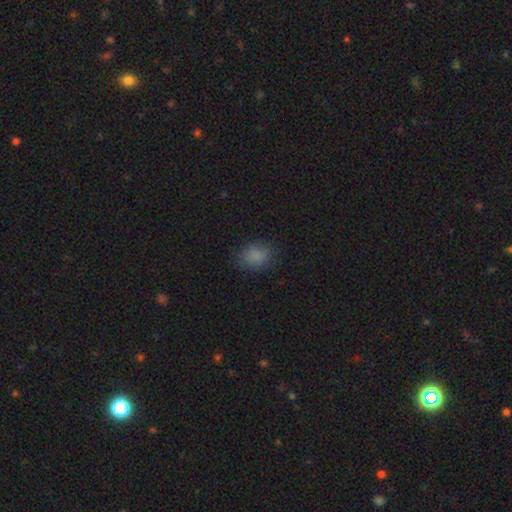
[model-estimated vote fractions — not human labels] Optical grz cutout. It shows a smooth galaxy with no disk features (83%) that is in between round and cigar-shaped (52%). Merging: none (81%).